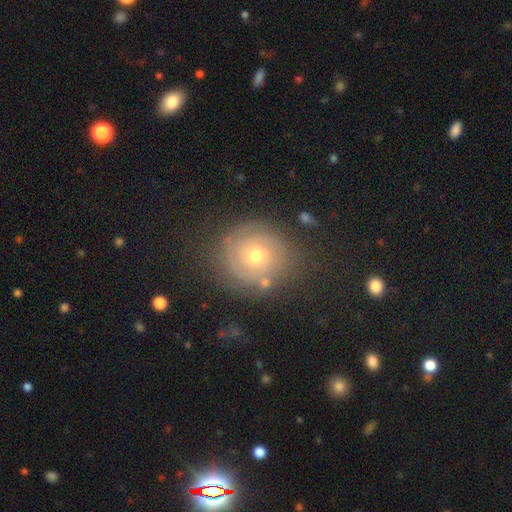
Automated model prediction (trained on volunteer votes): Morphology: type=featured or disk (52%); edge-on=no (96%); bar=no (85%); spiral arms=yes (70%); bulge=moderate (68%); merging=none (78%).